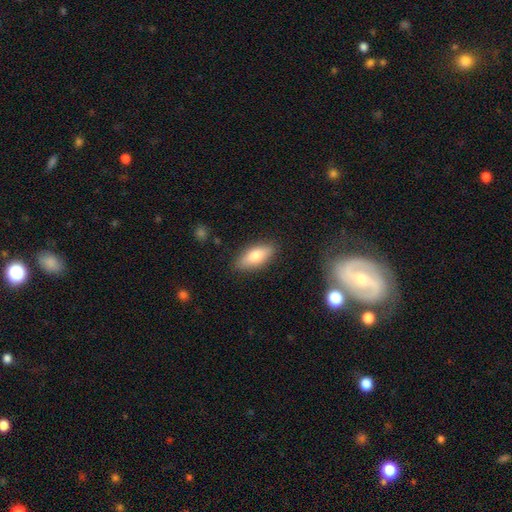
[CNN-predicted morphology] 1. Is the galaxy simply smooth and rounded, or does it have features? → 73% smooth, 20% featured or disk, 6% star or artifact.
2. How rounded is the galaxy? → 76% in between, 22% cigar-shaped, 3% round.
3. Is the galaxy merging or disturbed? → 85% none, 11% minor disturbance, 2% major disturbance, 1% merger.